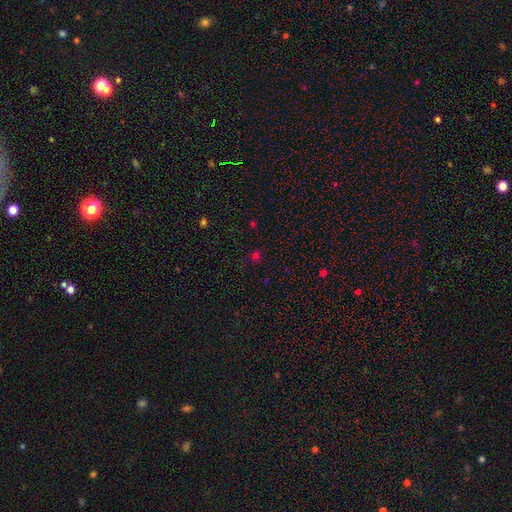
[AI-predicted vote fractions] Overall: smooth (59%; star or artifact 35%). How rounded: round (77%). Merging: none (80%).